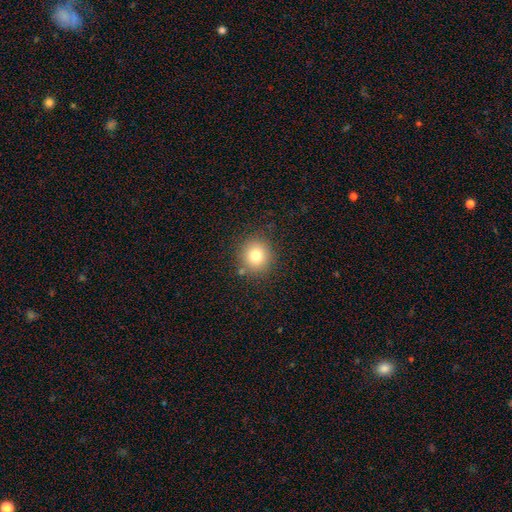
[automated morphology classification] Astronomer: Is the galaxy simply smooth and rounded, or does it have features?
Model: smooth — 77%.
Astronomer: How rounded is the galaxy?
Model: round — 88%.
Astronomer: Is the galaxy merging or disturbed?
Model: none — 84%.